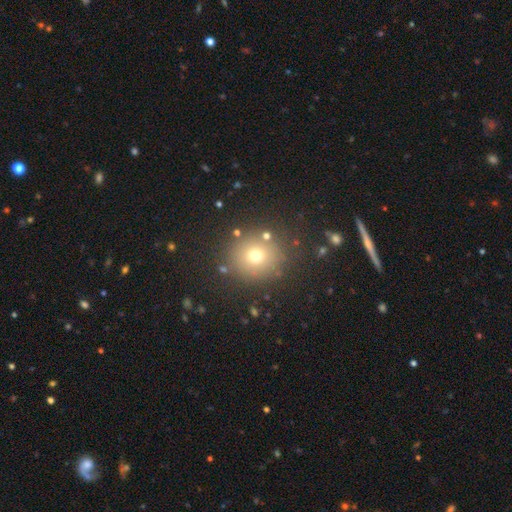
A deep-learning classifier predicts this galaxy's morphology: Q: Smooth or featured?
A: smooth (69%); runner-up: star or artifact (19%)
Q: How rounded?
A: round (86%); runner-up: in between (13%)
Q: Merging?
A: none (84%); runner-up: minor disturbance (8%)